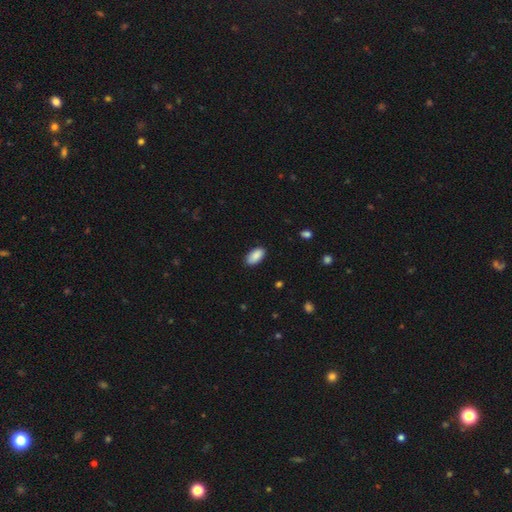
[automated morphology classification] Smooth or featured?
  - smooth: 89% *
  - star or artifact: 6%
  - featured or disk: 5%
How rounded?
  - in between: 94% *
  - cigar-shaped: 4%
  - round: 2%
Merging?
  - none: 86% *
  - minor disturbance: 11%
  - major disturbance: 2%
  - merger: 1%